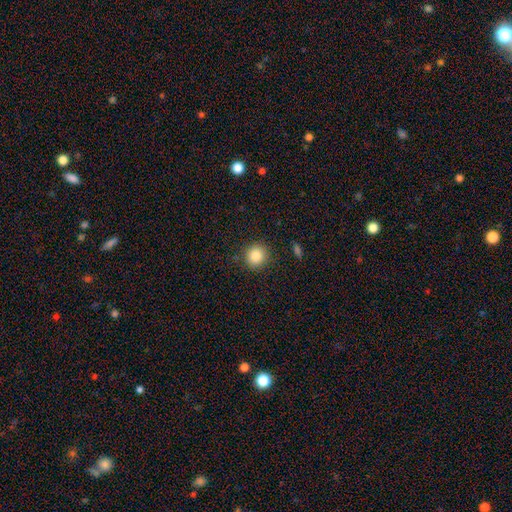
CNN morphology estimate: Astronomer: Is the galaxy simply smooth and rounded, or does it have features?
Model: smooth — 86%.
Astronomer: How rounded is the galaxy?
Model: round — 88%.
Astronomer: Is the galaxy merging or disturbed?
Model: none — 88%.